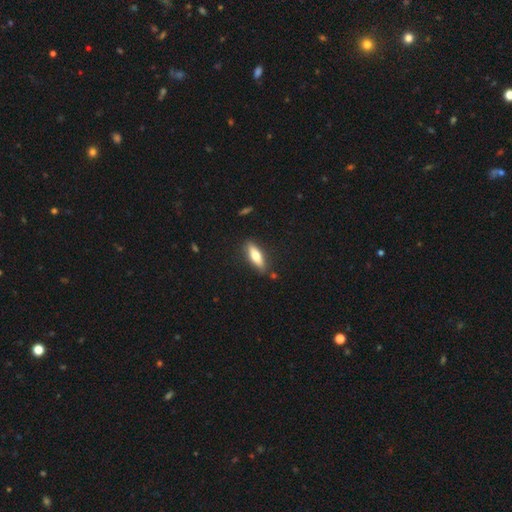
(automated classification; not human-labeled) A smooth galaxy with no disk features (65%) that is cigar-shaped (51%).

Vote fractions:
- Smooth or featured? smooth: 65% / featured or disk: 29% / star or artifact: 6%
- How rounded? cigar-shaped: 51% / in between: 47% / round: 2%
- Merging? none: 84% / minor disturbance: 11% / merger: 2% / major disturbance: 2%